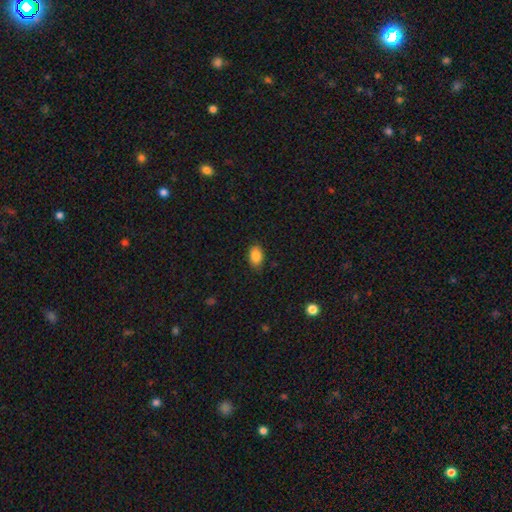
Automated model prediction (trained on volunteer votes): smooth 88%, star or artifact 8%, featured or disk 4%. Down the decision tree: how rounded — in between (86%); merging — none (84%).